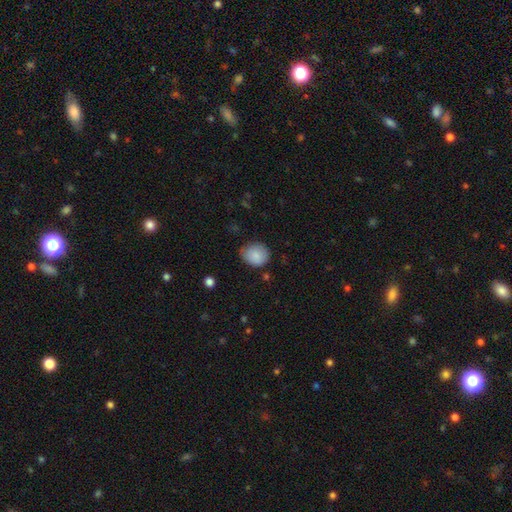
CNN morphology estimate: Smooth or featured: smooth — 86% (star or artifact — 8%)
How rounded: round — 65% (in between — 34%)
Merging: none — 63% (minor disturbance — 30%)